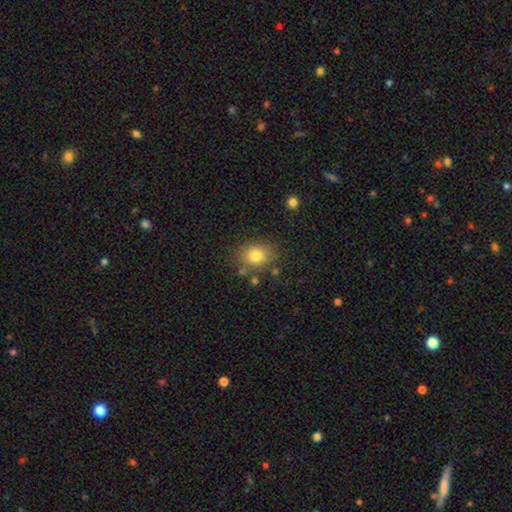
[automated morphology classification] Q: Smooth or featured?
A: smooth (80%); runner-up: star or artifact (11%)
Q: How rounded?
A: round (55%); runner-up: in between (44%)
Q: Merging?
A: none (75%); runner-up: minor disturbance (15%)